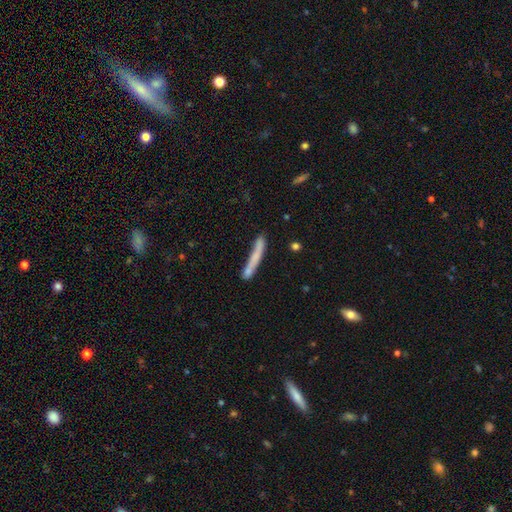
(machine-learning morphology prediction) Q: Smooth or featured?
A: smooth (66%); runner-up: featured or disk (27%)
Q: How rounded?
A: cigar-shaped (95%); runner-up: in between (3%)
Q: Merging?
A: none (61%); runner-up: minor disturbance (19%)